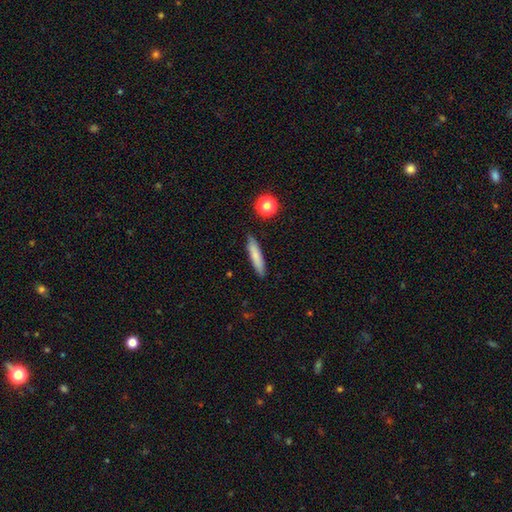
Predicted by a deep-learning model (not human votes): smooth_or_featured: smooth (p=0.76) [alt: featured or disk p=0.17]
how_rounded: cigar-shaped (p=0.88) [alt: in between p=0.10]
merging: none (p=0.87) [alt: minor disturbance p=0.09]